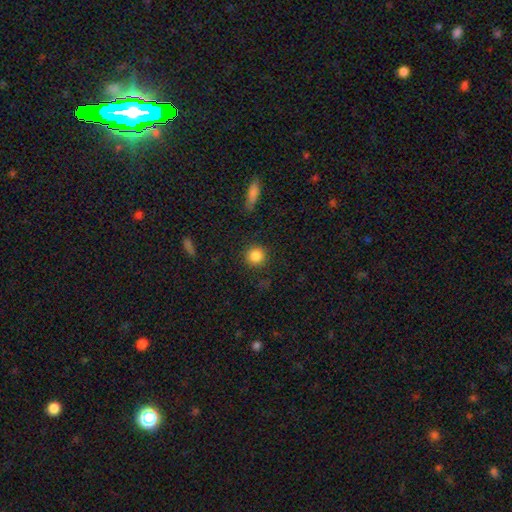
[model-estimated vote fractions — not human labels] Smooth or featured?
  - smooth: 86% *
  - star or artifact: 10%
  - featured or disk: 4%
How rounded?
  - round: 93% *
  - in between: 6%
  - cigar-shaped: 1%
Merging?
  - none: 89% *
  - minor disturbance: 7%
  - major disturbance: 3%
  - merger: 2%